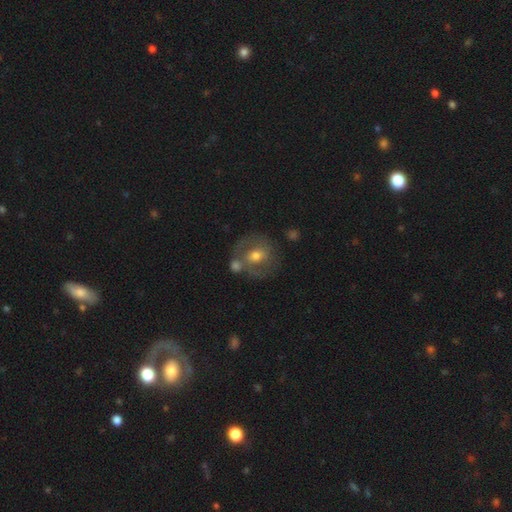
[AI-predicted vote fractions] smooth_or_featured: featured or disk (p=0.55) [alt: smooth p=0.35]
disk_edge_on: no (p=0.96) [alt: yes p=0.04]
bar: no (p=0.51) [alt: weak p=0.35]
has_spiral_arms: yes (p=0.51) [alt: no p=0.49]
bulge_size: moderate (p=0.70) [alt: small p=0.21]
merging: none (p=0.57) [alt: merger p=0.22]